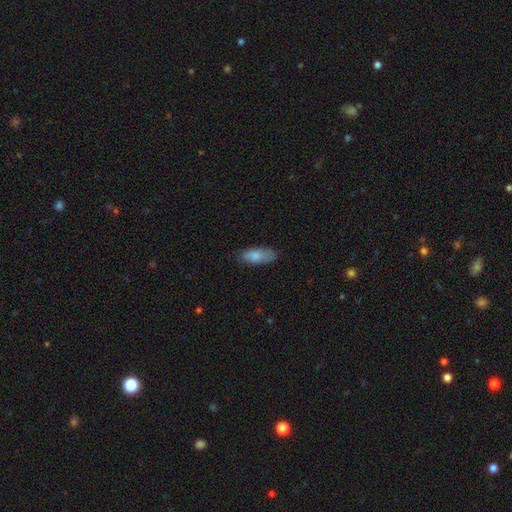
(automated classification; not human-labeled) Morphology: type=smooth (83%); roundness=in between (78%); merging=none (78%).